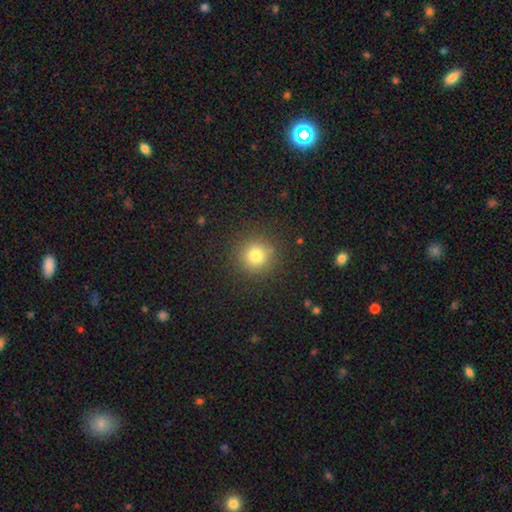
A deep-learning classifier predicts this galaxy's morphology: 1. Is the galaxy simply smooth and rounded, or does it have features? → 78% smooth, 15% star or artifact, 8% featured or disk.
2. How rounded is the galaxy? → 94% round, 5% in between, 1% cigar-shaped.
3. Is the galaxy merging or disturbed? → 89% none, 7% minor disturbance, 3% major disturbance, 1% merger.